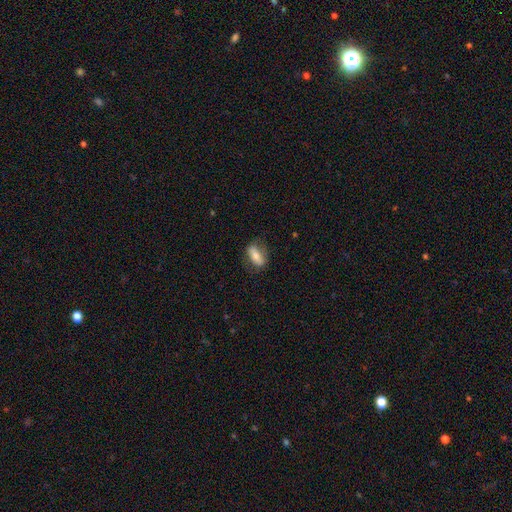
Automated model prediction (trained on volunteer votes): This appears to be a smooth galaxy with no disk features (64%) that is in between round and cigar-shaped (75%). Merging: none (73%).